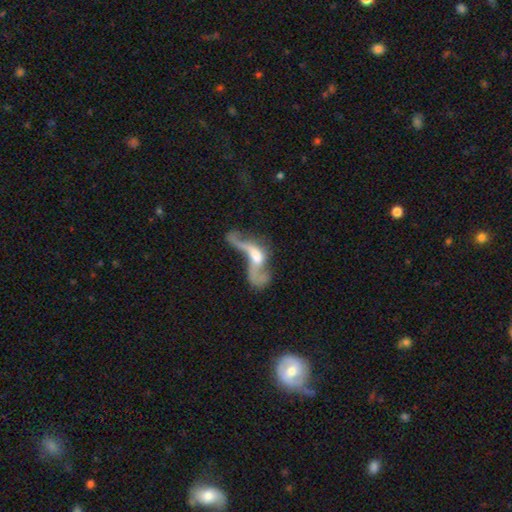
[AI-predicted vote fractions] Q: Smooth or featured?
A: featured or disk (62%); runner-up: smooth (27%)
Q: Edge-on disk?
A: no (84%); runner-up: yes (16%)
Q: Bar?
A: no (67%); runner-up: weak (23%)
Q: Spiral arms?
A: no (55%); runner-up: yes (45%)
Q: Bulge size?
A: moderate (45%); runner-up: large (22%)
Q: Merging?
A: major disturbance (44%); runner-up: merger (30%)